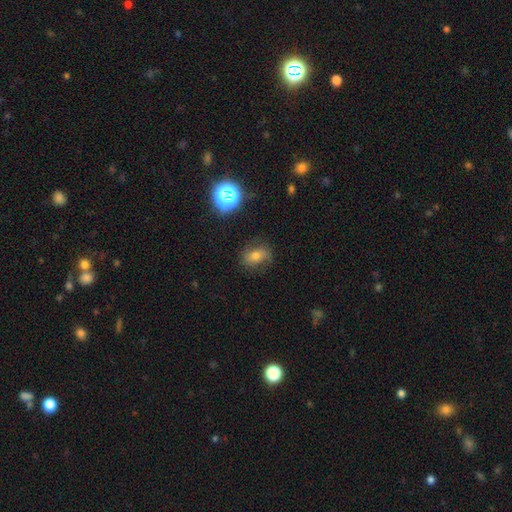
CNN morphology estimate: Smooth or featured?
  - smooth: 58% *
  - featured or disk: 24%
  - star or artifact: 19%
How rounded?
  - in between: 69% *
  - round: 28%
  - cigar-shaped: 3%
Merging?
  - none: 73% *
  - minor disturbance: 19%
  - major disturbance: 7%
  - merger: 2%